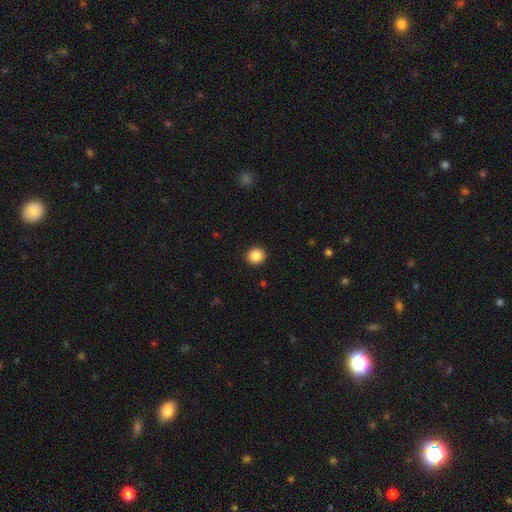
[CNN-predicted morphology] smooth_or_featured: smooth (p=0.87) [alt: star or artifact p=0.09]
how_rounded: round (p=0.87) [alt: in between p=0.12]
merging: none (p=0.92) [alt: minor disturbance p=0.05]